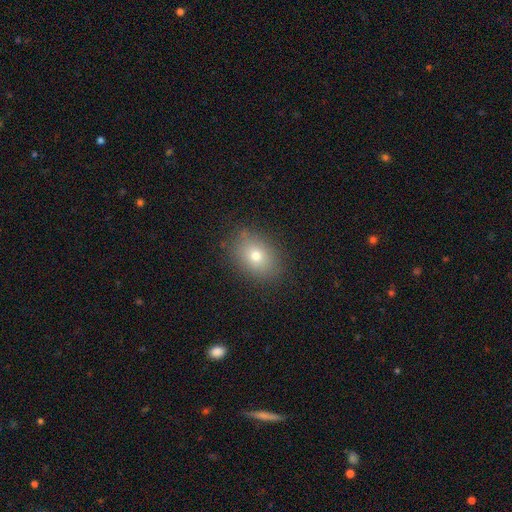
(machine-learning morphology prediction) A smooth galaxy with no disk features (73%) that is in between round and cigar-shaped (69%). Merging: none (87%).